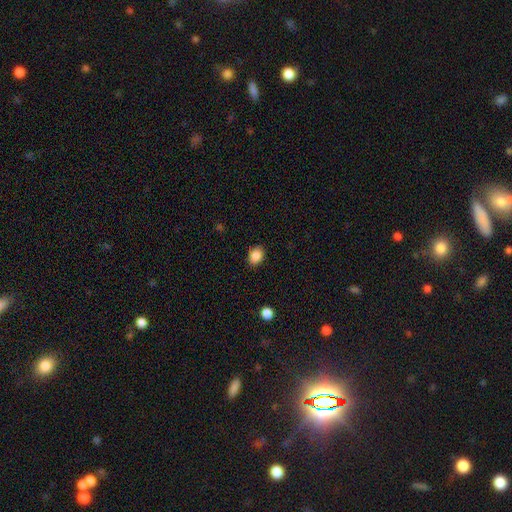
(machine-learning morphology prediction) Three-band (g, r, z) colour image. It shows a smooth galaxy with no disk features (87%) that is in between round and cigar-shaped (60%). Merging: none (88%).